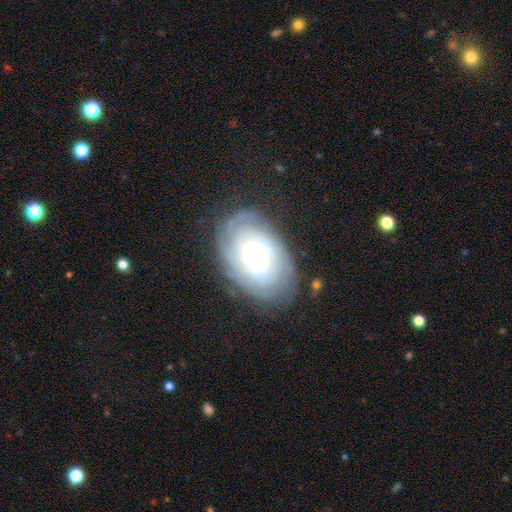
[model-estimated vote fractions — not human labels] Q: Smooth or featured?
A: featured or disk (76%); runner-up: smooth (18%)
Q: Edge-on disk?
A: no (96%); runner-up: yes (4%)
Q: Bar?
A: no (78%); runner-up: weak (17%)
Q: Spiral arms?
A: yes (91%); runner-up: no (9%)
Q: Spiral winding?
A: tight (78%); runner-up: medium (17%)
Q: Spiral arm count?
A: can't tell (50%); runner-up: more than 4 (12%)
Q: Bulge size?
A: moderate (64%); runner-up: small (18%)
Q: Merging?
A: none (77%); runner-up: minor disturbance (16%)